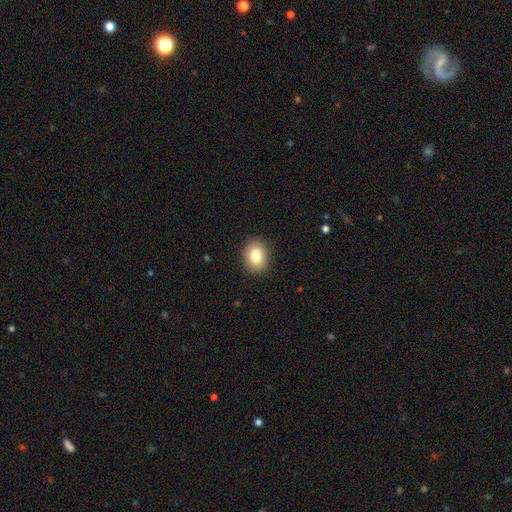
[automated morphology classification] smooth-or-featured: smooth: 84% | star or artifact: 8% | featured or disk: 8%
  how-rounded: in between: 64% | round: 35% | cigar-shaped: 1%
  merging: none: 89% | minor disturbance: 8% | major disturbance: 2% | merger: 1%